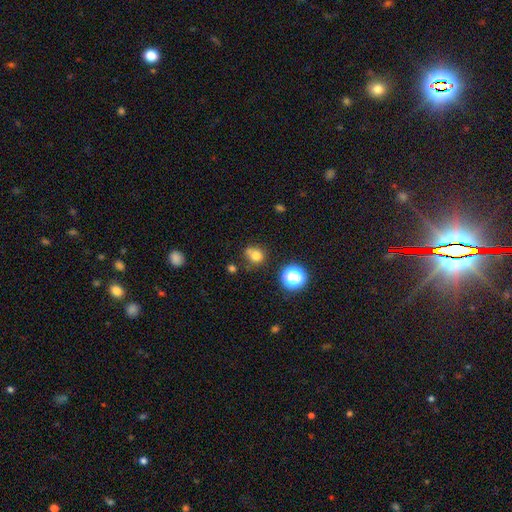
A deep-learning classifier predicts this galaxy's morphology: Overall: smooth (75%). How rounded: round (78%). Merging: none (57%; minor disturbance 21%).